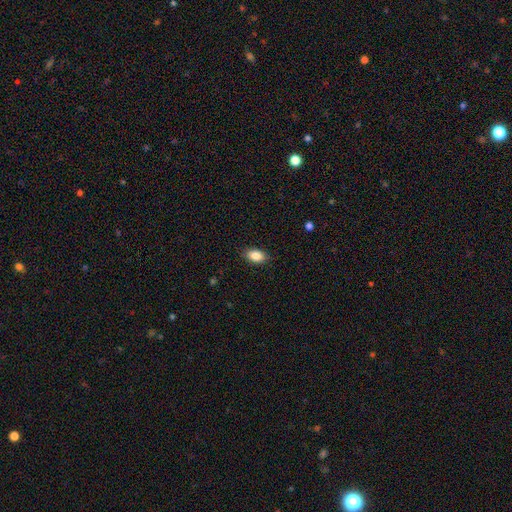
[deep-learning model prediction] A smooth galaxy with no disk features (87%) that is in between round and cigar-shaped (91%). Merging: none (87%).